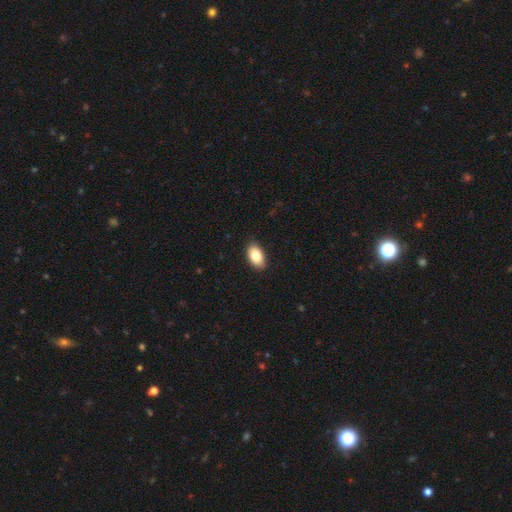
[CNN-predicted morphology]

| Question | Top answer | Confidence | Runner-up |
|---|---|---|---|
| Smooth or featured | smooth | 83% | featured or disk (10%) |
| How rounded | in between | 93% | round (6%) |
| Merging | none | 88% | minor disturbance (10%) |